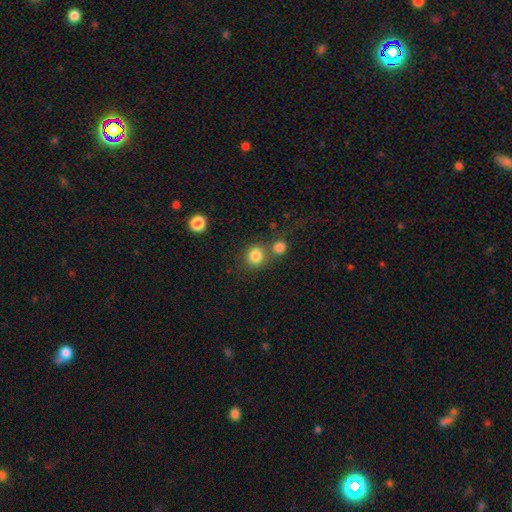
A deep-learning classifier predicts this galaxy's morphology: smooth_or_featured: smooth (p=0.83) [alt: star or artifact p=0.11]
how_rounded: round (p=0.84) [alt: in between p=0.15]
merging: none (p=0.59) [alt: merger p=0.28]